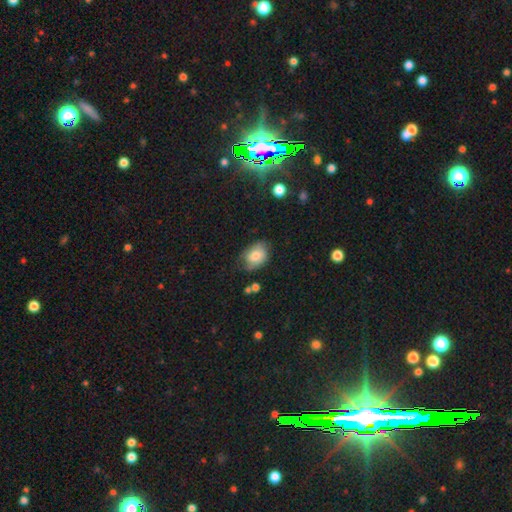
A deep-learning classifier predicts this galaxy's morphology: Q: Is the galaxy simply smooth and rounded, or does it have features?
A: smooth — 77%.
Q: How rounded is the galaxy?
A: in between — 77%.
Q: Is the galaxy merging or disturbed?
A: none — 61%.